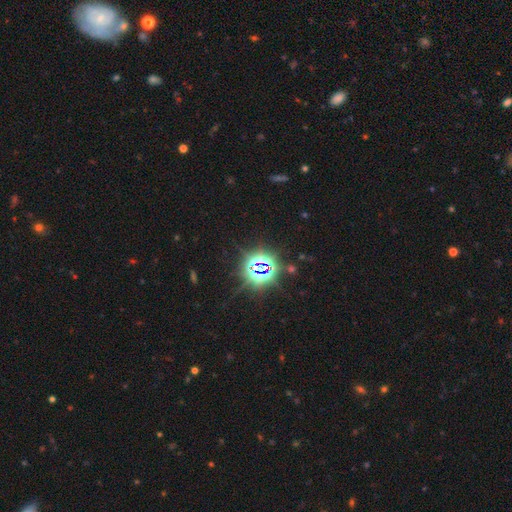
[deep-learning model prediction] Smooth or featured: star or artifact — 81% (smooth — 11%)